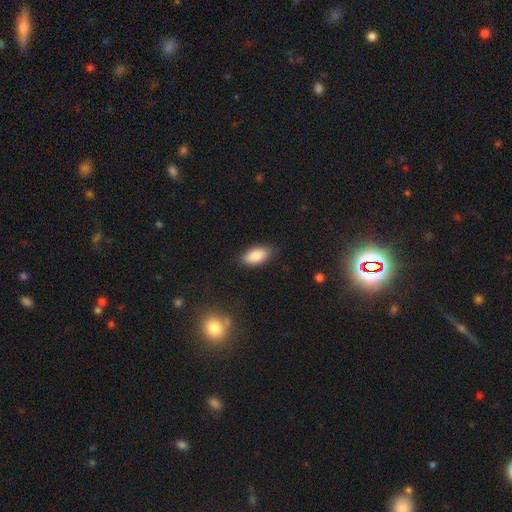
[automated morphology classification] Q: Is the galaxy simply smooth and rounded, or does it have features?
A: smooth — 86%.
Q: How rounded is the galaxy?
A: in between — 92%.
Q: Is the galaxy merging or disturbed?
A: none — 85%.